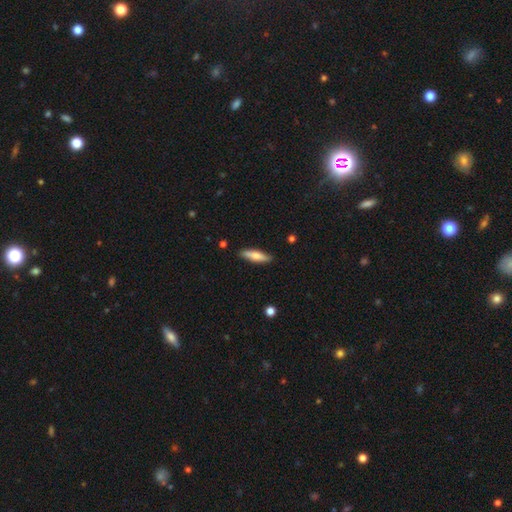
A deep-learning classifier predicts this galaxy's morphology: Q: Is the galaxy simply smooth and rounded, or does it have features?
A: smooth — 68%.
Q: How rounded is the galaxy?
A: cigar-shaped — 72%.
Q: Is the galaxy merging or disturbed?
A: none — 87%.